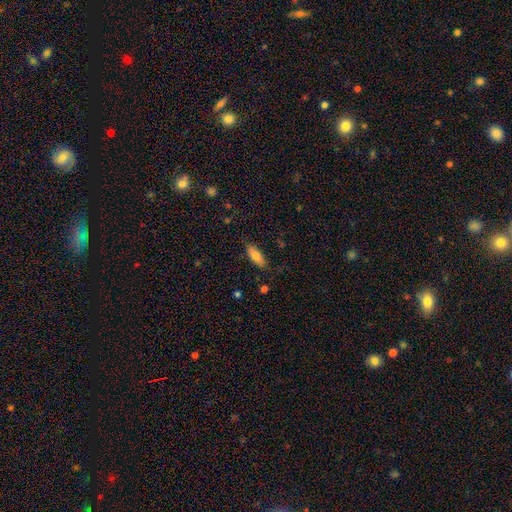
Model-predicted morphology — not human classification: smooth_or_featured: smooth (p=0.78) [alt: featured or disk p=0.15]
how_rounded: in between (p=0.68) [alt: cigar-shaped p=0.30]
merging: none (p=0.83) [alt: minor disturbance p=0.13]